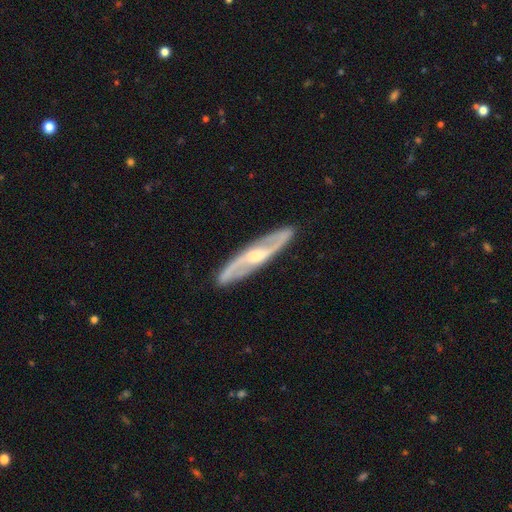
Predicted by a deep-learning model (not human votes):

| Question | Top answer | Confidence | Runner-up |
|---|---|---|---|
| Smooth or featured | featured or disk | 87% | smooth (9%) |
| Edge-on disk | no | 76% | yes (24%) |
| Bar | weak | 45% | no (37%) |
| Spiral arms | yes | 96% | no (4%) |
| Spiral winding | medium | 51% | loose (31%) |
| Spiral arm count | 2 | 92% | can't tell (3%) |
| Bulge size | moderate | 59% | small (19%) |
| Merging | none | 87% | minor disturbance (9%) |